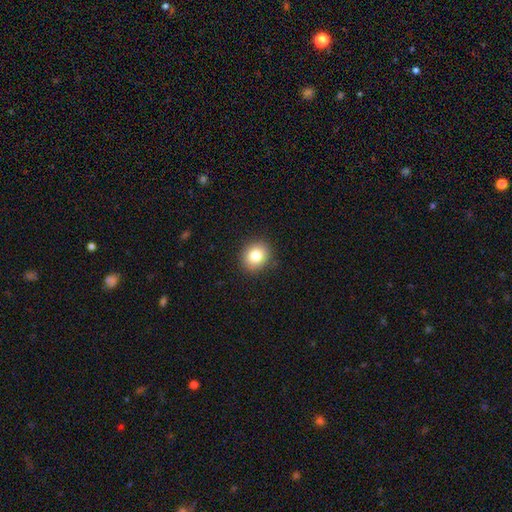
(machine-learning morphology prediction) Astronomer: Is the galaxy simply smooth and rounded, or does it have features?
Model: smooth — 81%.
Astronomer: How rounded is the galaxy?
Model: round — 76%.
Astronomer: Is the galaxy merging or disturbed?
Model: none — 90%.